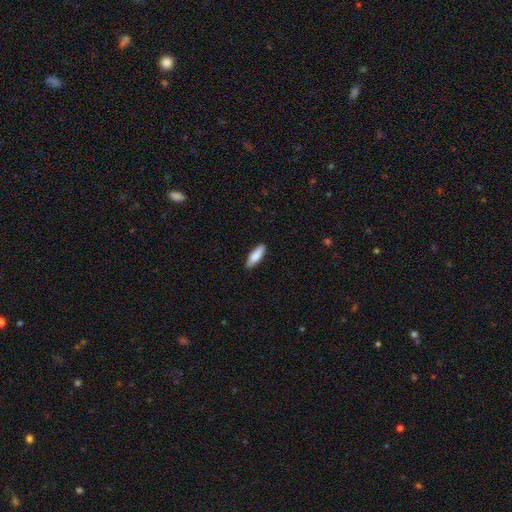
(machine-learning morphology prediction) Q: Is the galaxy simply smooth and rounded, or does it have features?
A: smooth — 81%.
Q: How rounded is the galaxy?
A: cigar-shaped — 50%.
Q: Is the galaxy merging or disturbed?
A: none — 87%.